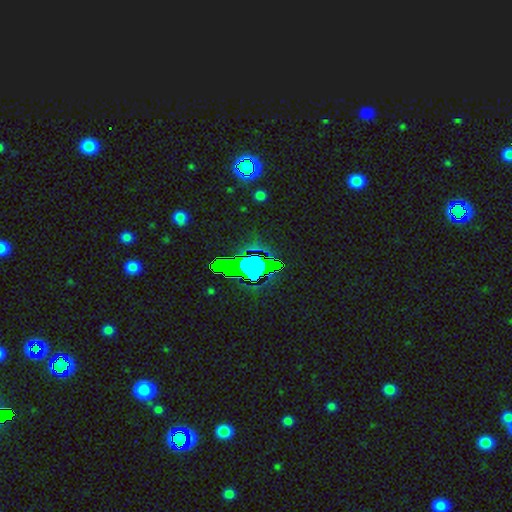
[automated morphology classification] smooth-or-featured: star or artifact: 79% | smooth: 12% | featured or disk: 9%